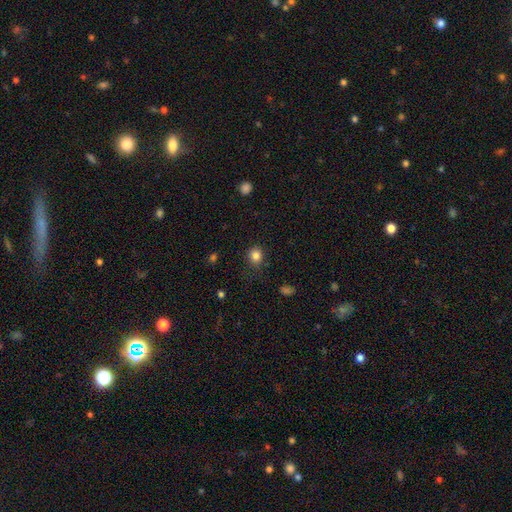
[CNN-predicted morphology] smooth 84%, star or artifact 11%, featured or disk 4%. Down the decision tree: how rounded — round (81%); merging — none (81%).